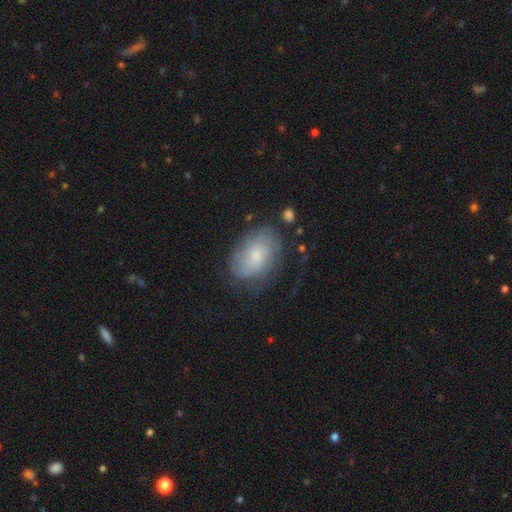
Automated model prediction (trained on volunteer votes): smooth-or-featured: featured or disk: 50% | smooth: 41% | star or artifact: 9%
  disk-edge-on: no: 96% | yes: 4%
  merging: none: 63% | minor disturbance: 22% | major disturbance: 13% | merger: 2%